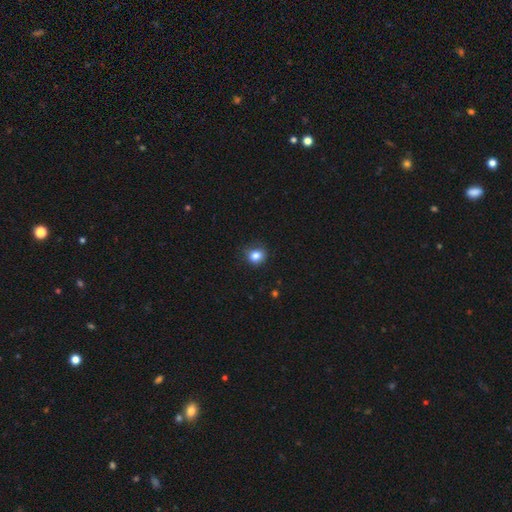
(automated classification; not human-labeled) smooth 83%, star or artifact 11%, featured or disk 6%. Down the decision tree: how rounded — round (74%); merging — none (77%).